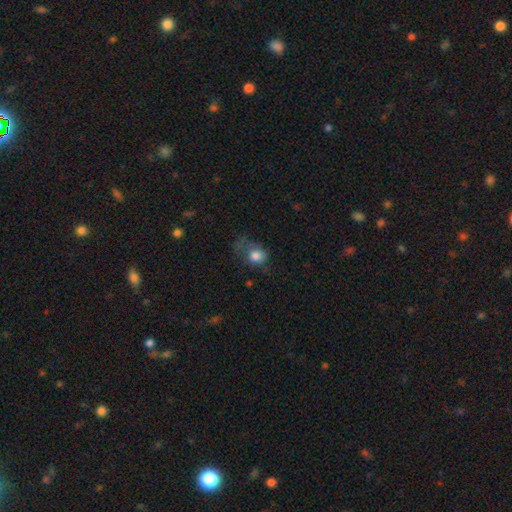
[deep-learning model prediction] Morphology: type=smooth (79%); roundness=round (52%); merging=major disturbance (38%).